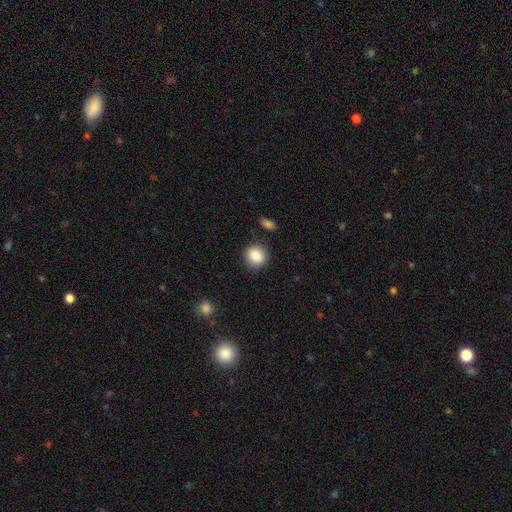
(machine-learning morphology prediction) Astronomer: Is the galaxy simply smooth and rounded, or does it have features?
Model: smooth — 87%.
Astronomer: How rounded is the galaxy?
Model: round — 89%.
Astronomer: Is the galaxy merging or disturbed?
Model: none — 86%.